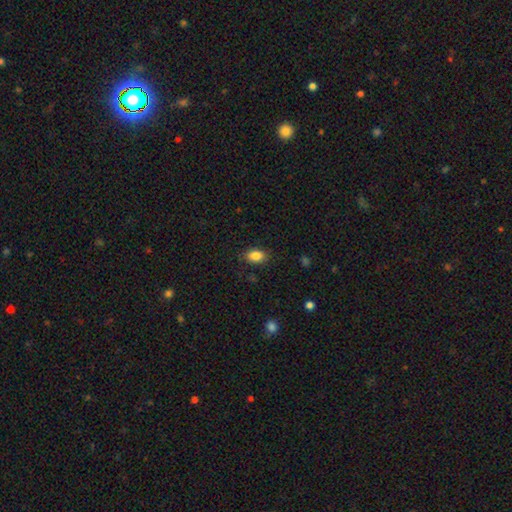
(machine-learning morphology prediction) The model was most divided on "merging": none: 85%, minor disturbance: 11%, major disturbance: 3%, merger: 1%. More confident: how rounded — in between (86%); smooth or featured — smooth (86%).